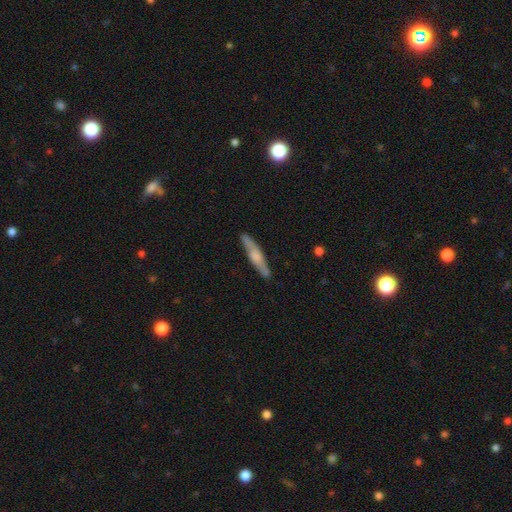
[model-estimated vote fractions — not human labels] This appears to be a featured or disk galaxy (49%). Merging: none (86%).